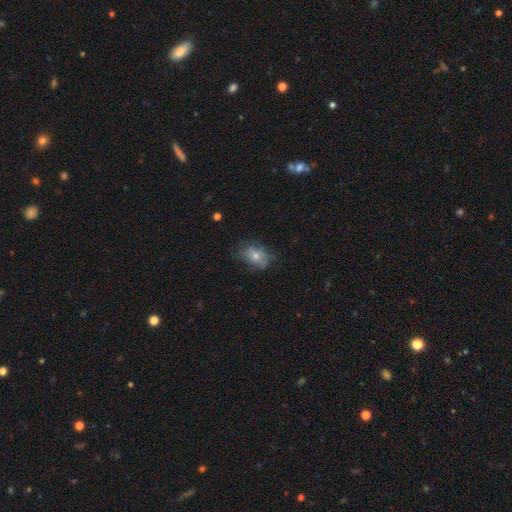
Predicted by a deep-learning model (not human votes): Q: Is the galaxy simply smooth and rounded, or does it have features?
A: smooth — 57%.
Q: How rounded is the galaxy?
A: in between — 74%.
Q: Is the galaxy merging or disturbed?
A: none — 60%.